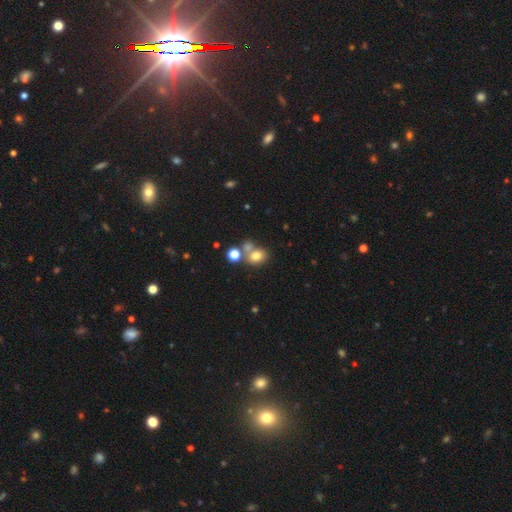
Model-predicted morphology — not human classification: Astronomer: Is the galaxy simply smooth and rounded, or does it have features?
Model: smooth — 74%.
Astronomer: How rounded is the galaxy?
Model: round — 54% (runner-up: in between, 45%).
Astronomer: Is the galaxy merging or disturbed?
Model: none — 49% (runner-up: merger, 34%).